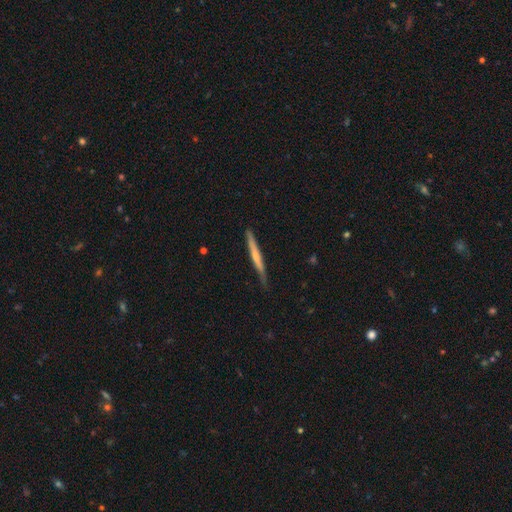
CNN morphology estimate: This appears to be a smooth galaxy with no disk features (52%) that is cigar-shaped (96%). Merging: none (78%).